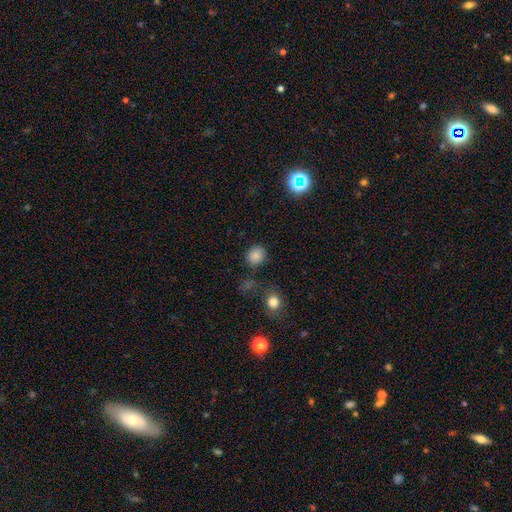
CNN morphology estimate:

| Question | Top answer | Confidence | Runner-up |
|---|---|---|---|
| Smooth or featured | smooth | 83% | star or artifact (12%) |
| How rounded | round | 72% | in between (27%) |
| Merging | none | 80% | minor disturbance (11%) |